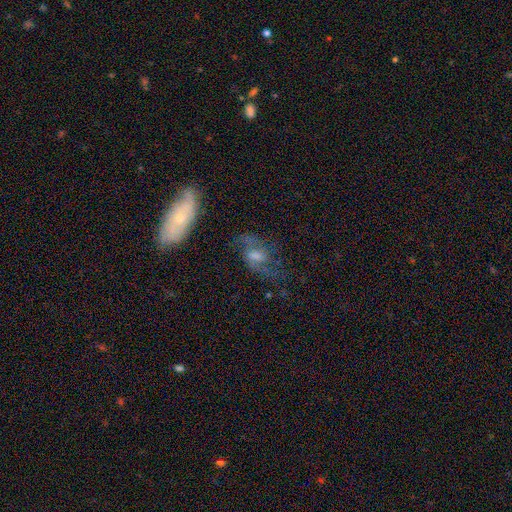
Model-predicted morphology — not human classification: Smooth or featured?
  - featured or disk: 70% *
  - smooth: 19%
  - star or artifact: 11%
Edge-on disk?
  - no: 94% *
  - yes: 6%
Bar?
  - weak: 49% *
  - no: 33%
  - strong: 18%
Spiral arms?
  - yes: 89% *
  - no: 11%
Spiral winding?
  - loose: 45% *
  - medium: 43%
  - tight: 12%
Spiral arm count?
  - 2: 88% *
  - can't tell: 6%
  - 1: 2%
  - 3: 1%
  - 4: 1%
  - more than 4: 1%
Bulge size?
  - moderate: 41% *
  - small: 31%
  - none: 14%
  - large: 12%
  - dominant: 2%
Merging?
  - none: 63% *
  - minor disturbance: 19%
  - major disturbance: 14%
  - merger: 4%